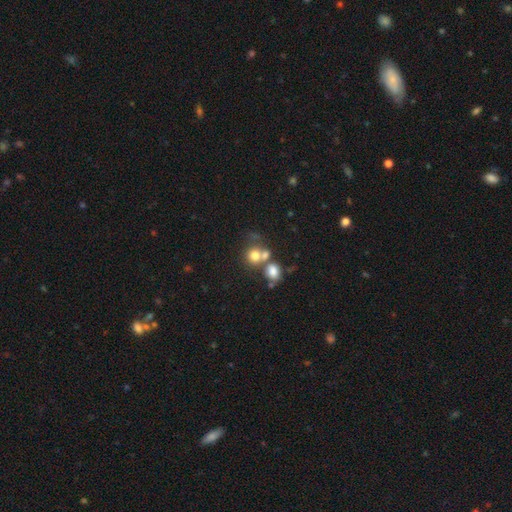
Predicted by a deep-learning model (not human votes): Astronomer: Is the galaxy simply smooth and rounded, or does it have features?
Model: smooth — 72%.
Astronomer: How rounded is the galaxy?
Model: round — 78%.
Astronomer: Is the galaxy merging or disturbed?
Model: merger — 47% (runner-up: none, 40%).